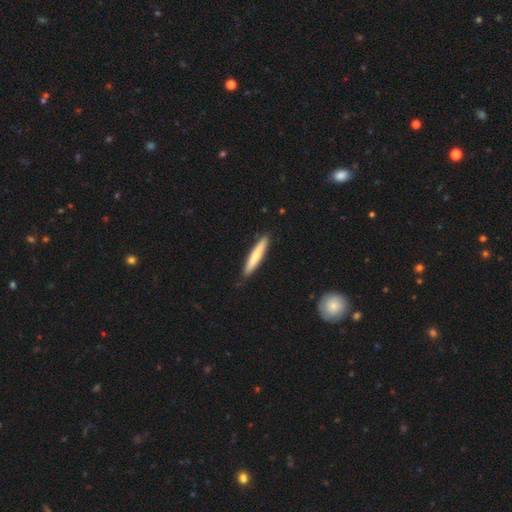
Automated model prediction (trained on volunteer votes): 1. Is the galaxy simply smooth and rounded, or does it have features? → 64% smooth, 31% featured or disk, 5% star or artifact.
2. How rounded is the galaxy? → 93% cigar-shaped, 6% in between, 1% round.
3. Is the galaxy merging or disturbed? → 89% none, 8% minor disturbance, 1% major disturbance, 1% merger.